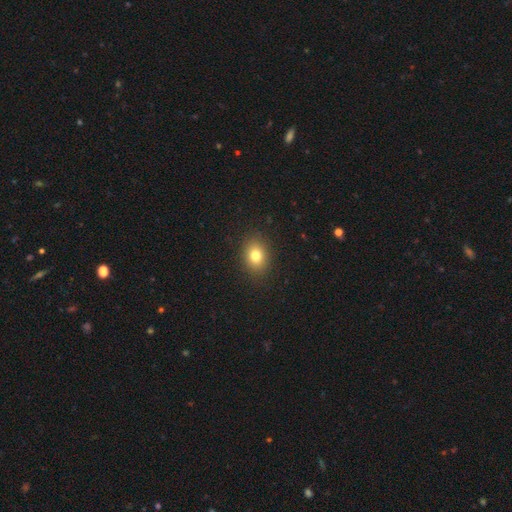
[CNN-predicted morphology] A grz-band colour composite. It shows a smooth galaxy with no disk features (79%) that is in between round and cigar-shaped (59%). Merging: none (89%).